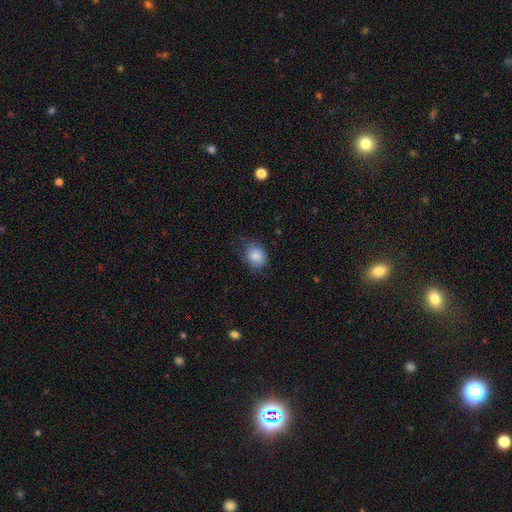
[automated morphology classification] Smooth or featured? Predicted: smooth (p=0.84). How rounded? Predicted: in between (p=0.59). Merging? Predicted: none (p=0.66).